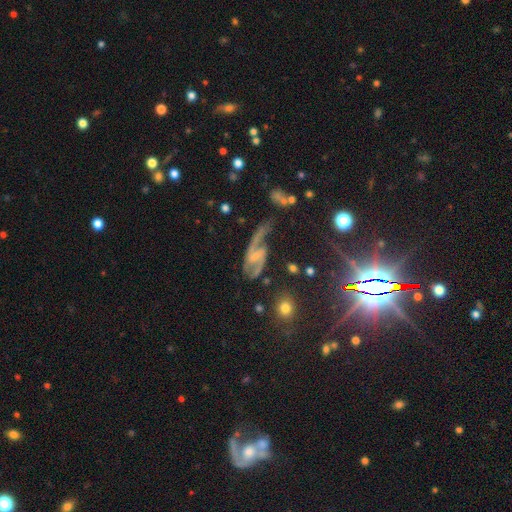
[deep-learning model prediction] Smooth or featured? Predicted: featured or disk (p=0.82). Edge-on disk? Predicted: no (p=0.96). Bar? Predicted: weak (p=0.46). Spiral arms? Predicted: yes (p=0.92). Spiral winding? Predicted: loose (p=0.52). Spiral arm count? Predicted: 2 (p=0.79). Bulge size? Predicted: small (p=0.60). Merging? Predicted: none (p=0.37).